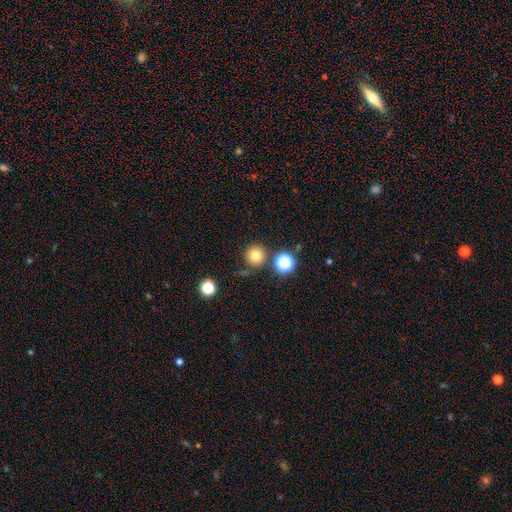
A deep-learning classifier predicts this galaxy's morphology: Smooth or featured?
  - smooth: 77% *
  - star or artifact: 14%
  - featured or disk: 8%
How rounded?
  - round: 95% *
  - in between: 4%
  - cigar-shaped: 1%
Merging?
  - none: 81% *
  - minor disturbance: 9%
  - merger: 7%
  - major disturbance: 3%